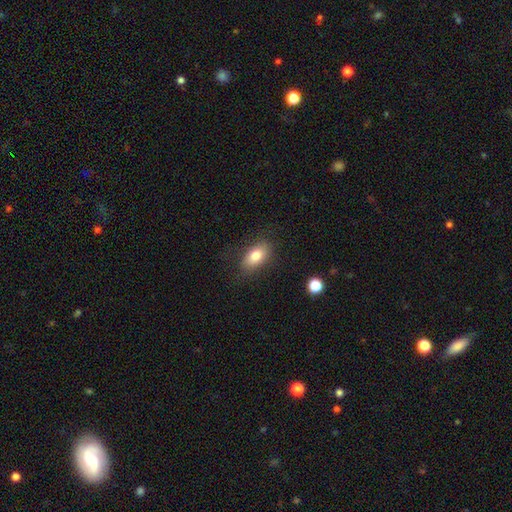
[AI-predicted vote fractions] This appears to be a smooth galaxy with no disk features (79%) that is in between round and cigar-shaped (88%). Merging: none (80%).